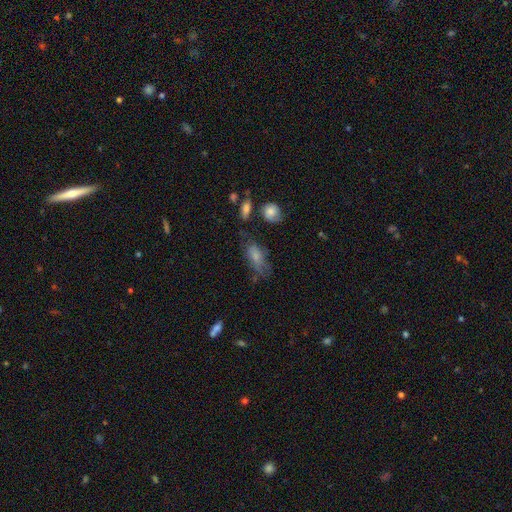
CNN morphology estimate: This is likely a smooth galaxy (72%). How rounded: clearly in between (83%). Merging: possibly none (48%).